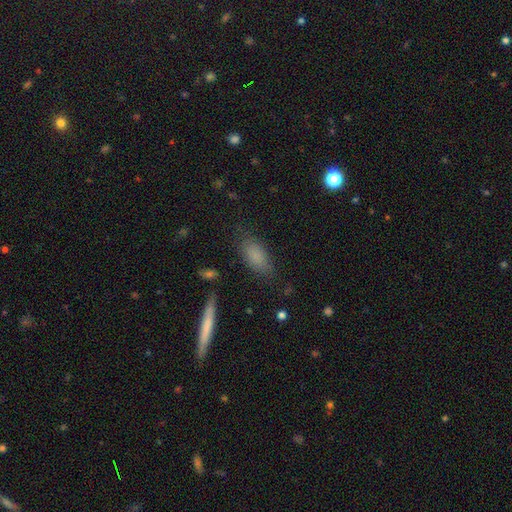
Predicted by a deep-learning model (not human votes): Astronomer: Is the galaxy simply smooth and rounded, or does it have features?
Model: smooth — 81%.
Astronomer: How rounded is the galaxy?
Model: in between — 81%.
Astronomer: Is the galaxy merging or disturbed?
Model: none — 74%.